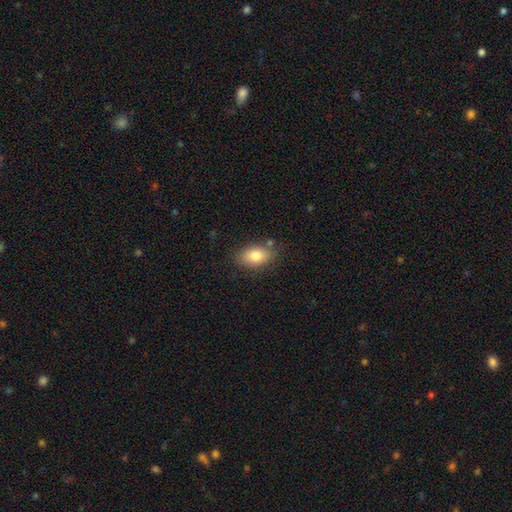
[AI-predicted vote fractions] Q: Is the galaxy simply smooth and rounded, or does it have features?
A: smooth — 81%.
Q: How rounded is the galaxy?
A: in between — 86%.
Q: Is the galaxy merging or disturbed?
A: none — 79%.